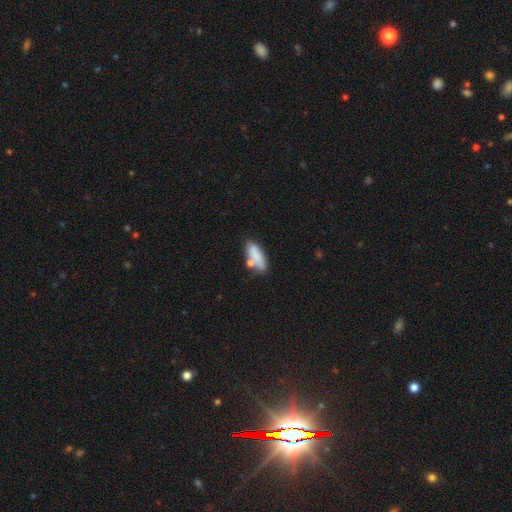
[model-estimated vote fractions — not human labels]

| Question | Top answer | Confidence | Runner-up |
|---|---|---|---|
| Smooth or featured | smooth | 79% | featured or disk (14%) |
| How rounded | in between | 65% | cigar-shaped (33%) |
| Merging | none | 57% | minor disturbance (19%) |